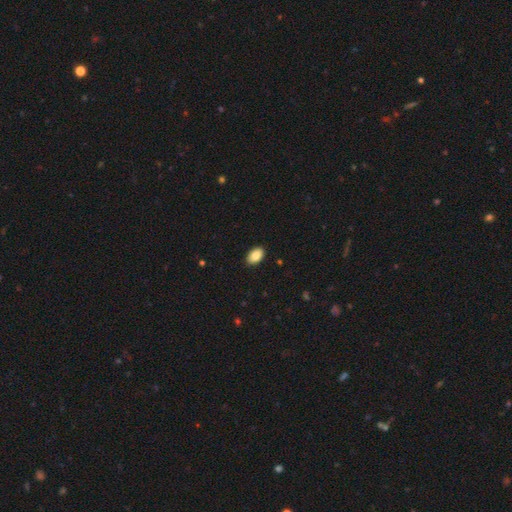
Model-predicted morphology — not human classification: smooth_or_featured: smooth (p=0.86) [alt: star or artifact p=0.07]
how_rounded: in between (p=0.90) [alt: round p=0.09]
merging: none (p=0.90) [alt: minor disturbance p=0.08]